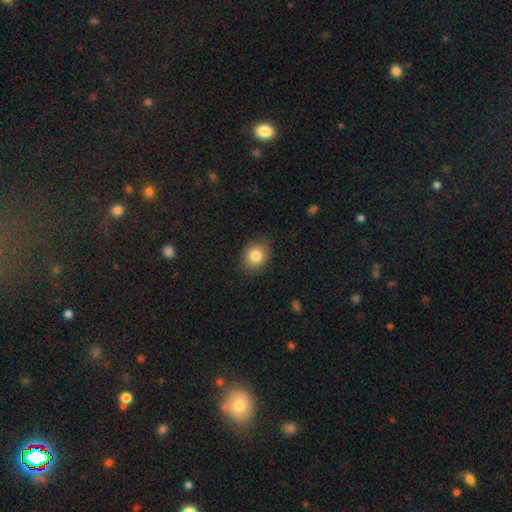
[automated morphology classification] smooth 83%, star or artifact 9%, featured or disk 8%. Down the decision tree: how rounded — round (67%); merging — none (87%).